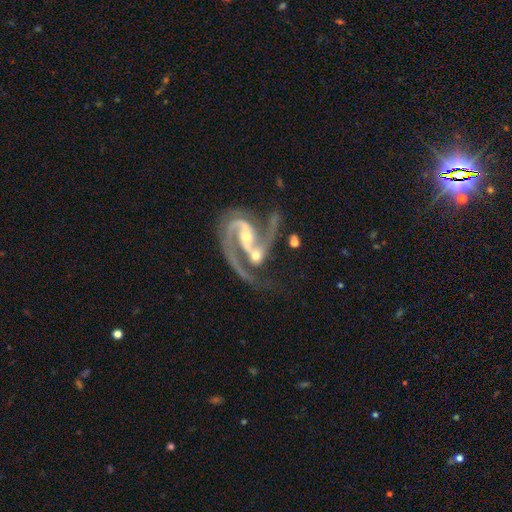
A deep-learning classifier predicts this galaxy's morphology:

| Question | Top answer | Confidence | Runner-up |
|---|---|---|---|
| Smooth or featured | featured or disk | 90% | star or artifact (5%) |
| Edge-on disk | no | 98% | yes (2%) |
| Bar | weak | 38% | no (34%) |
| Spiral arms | yes | 97% | no (3%) |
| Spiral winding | medium | 57% | loose (27%) |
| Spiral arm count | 2 | 83% | 3 (6%) |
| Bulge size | small | 48% | moderate (46%) |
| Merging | merger | 43% | none (28%) |